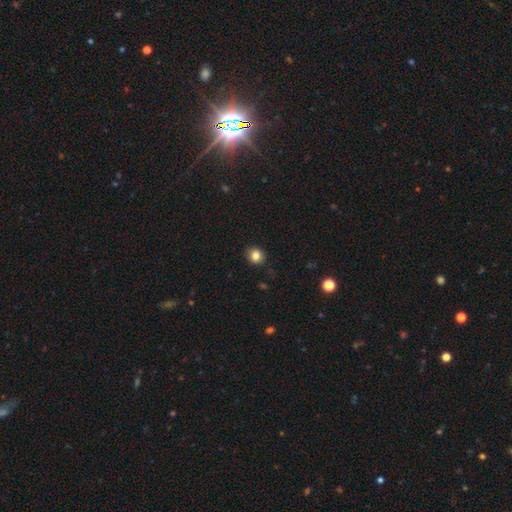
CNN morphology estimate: A smooth galaxy with no disk features (83%) that is round (80%). Merging: none (88%).